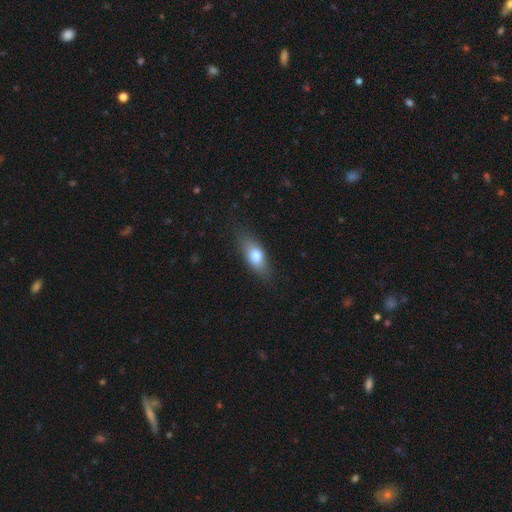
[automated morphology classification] smooth-or-featured: smooth: 75% | featured or disk: 18% | star or artifact: 7%
  how-rounded: in between: 76% | cigar-shaped: 18% | round: 6%
  merging: none: 80% | minor disturbance: 15% | major disturbance: 4% | merger: 1%